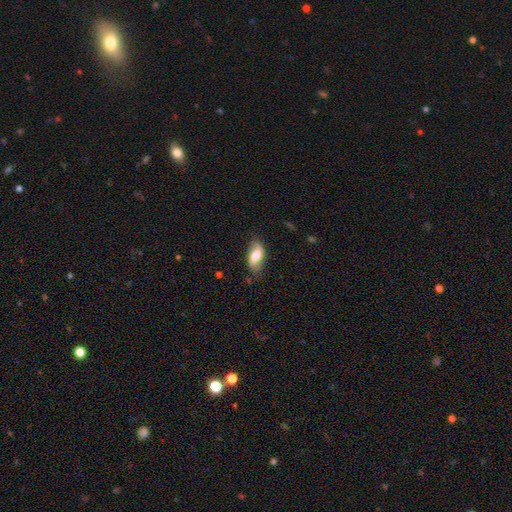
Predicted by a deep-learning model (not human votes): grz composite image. It shows a smooth galaxy with no disk features (51%) that is in between round and cigar-shaped (87%). Merging: none (72%).